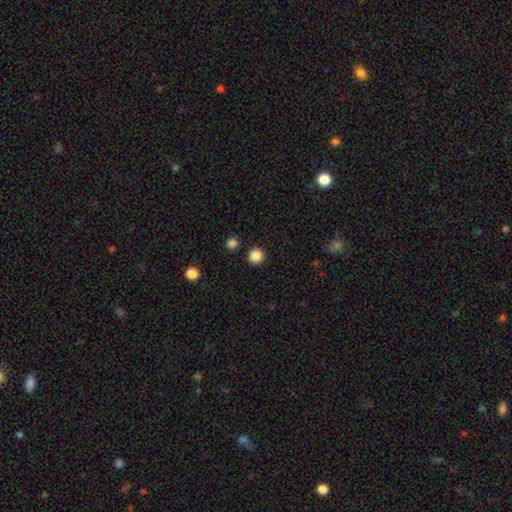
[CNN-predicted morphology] This is clearly a smooth galaxy (86%). How rounded: clearly round (95%). Merging: clearly none (91%).